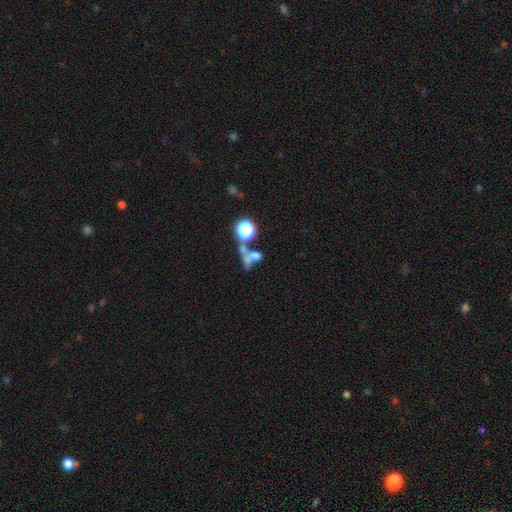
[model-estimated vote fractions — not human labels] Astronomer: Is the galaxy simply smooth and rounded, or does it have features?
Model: smooth — 54%.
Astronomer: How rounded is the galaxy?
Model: round — 49% (runner-up: in between, 39%).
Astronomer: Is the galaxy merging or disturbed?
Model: merger — 49% (runner-up: none, 27%).